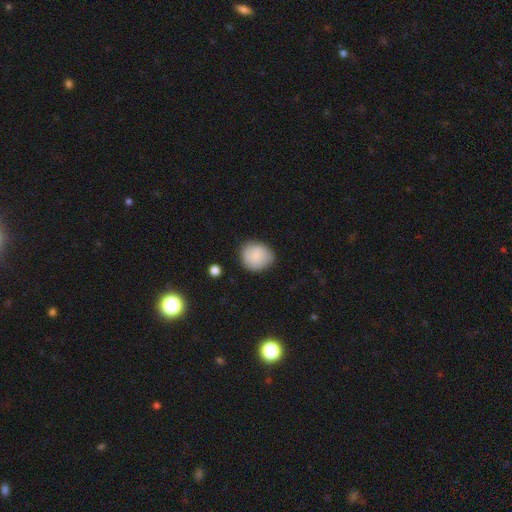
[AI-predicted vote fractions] Smooth or featured: smooth — 84% (featured or disk — 9%)
How rounded: round — 76% (in between — 23%)
Merging: none — 78% (minor disturbance — 17%)